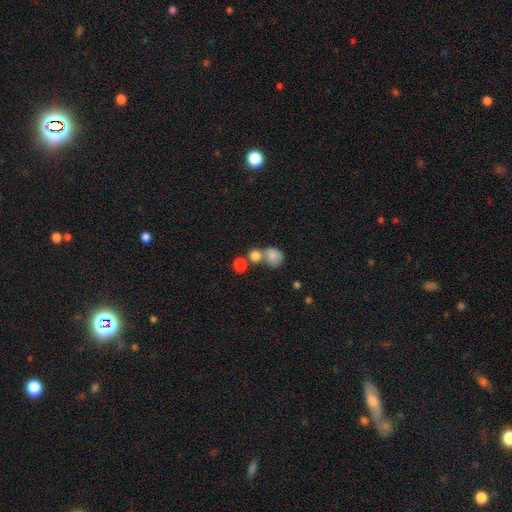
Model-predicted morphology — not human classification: smooth 80%, star or artifact 11%, featured or disk 8%. Down the decision tree: how rounded — round (75%); merging — none (44%).